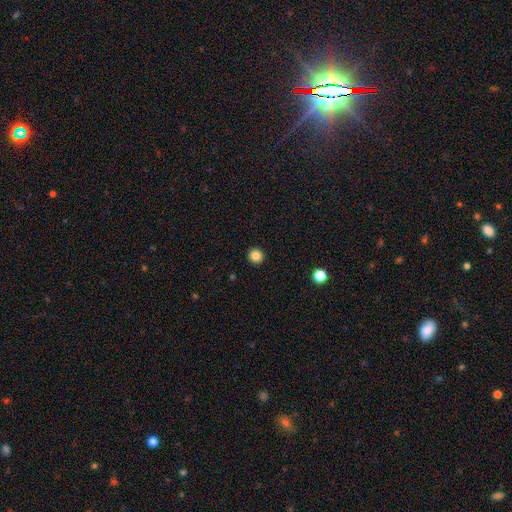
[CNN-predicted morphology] smooth 84%, star or artifact 12%, featured or disk 4%. Down the decision tree: how rounded — round (95%); merging — none (94%).